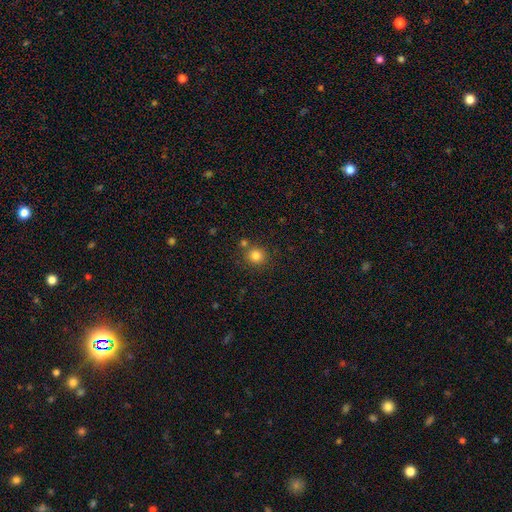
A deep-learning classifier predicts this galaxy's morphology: smooth 82%, star or artifact 12%, featured or disk 6%. Down the decision tree: how rounded — round (90%); merging — none (76%).